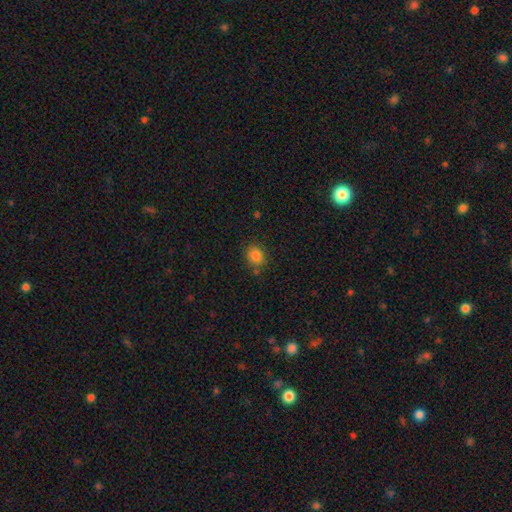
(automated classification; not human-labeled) A smooth galaxy with no disk features (83%) that is round (66%). Merging: none (79%).